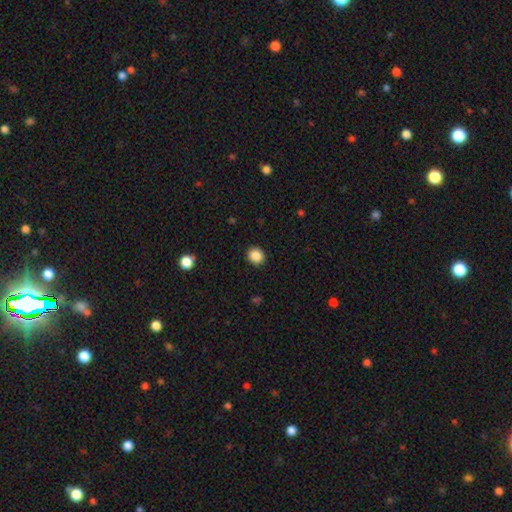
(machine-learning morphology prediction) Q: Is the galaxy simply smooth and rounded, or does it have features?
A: smooth — 87%.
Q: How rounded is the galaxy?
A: round — 85%.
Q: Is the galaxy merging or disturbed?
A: none — 92%.